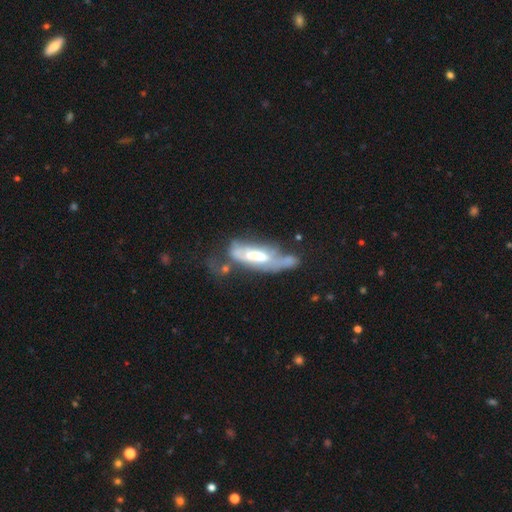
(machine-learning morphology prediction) Overall: featured or disk (64%; smooth 28%). Edge-on disk: no (75%). Merging: major disturbance (36%; none 23%).